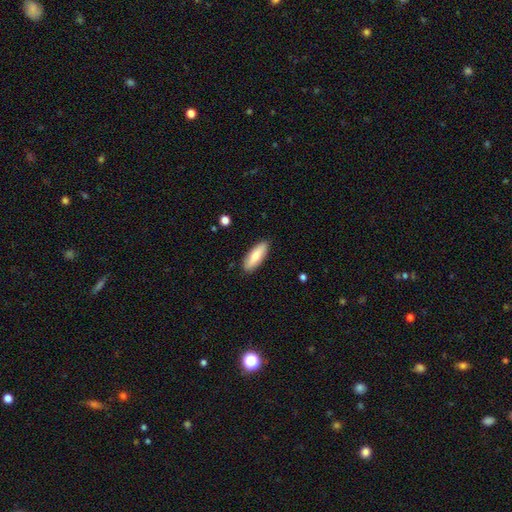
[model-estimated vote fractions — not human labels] Smooth or featured? Predicted: smooth (p=0.76). How rounded? Predicted: in between (p=0.68). Merging? Predicted: none (p=0.88).